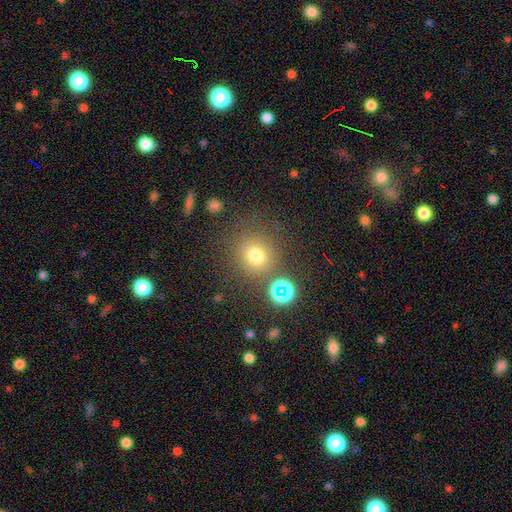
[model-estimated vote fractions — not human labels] Morphology: type=smooth (72%); roundness=round (89%); merging=none (78%).